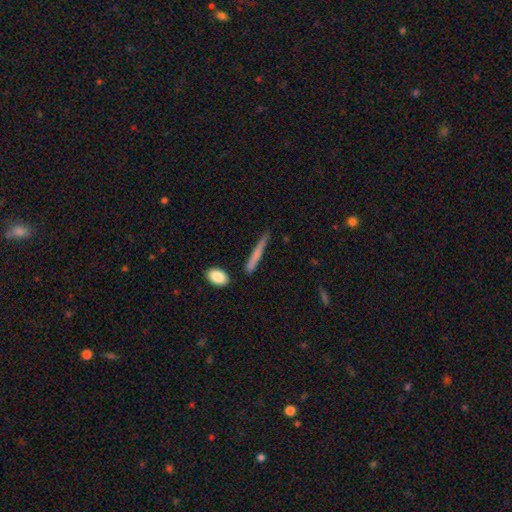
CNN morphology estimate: Q: Smooth or featured?
A: smooth (68%); runner-up: featured or disk (26%)
Q: How rounded?
A: cigar-shaped (93%); runner-up: in between (4%)
Q: Merging?
A: none (80%); runner-up: minor disturbance (13%)